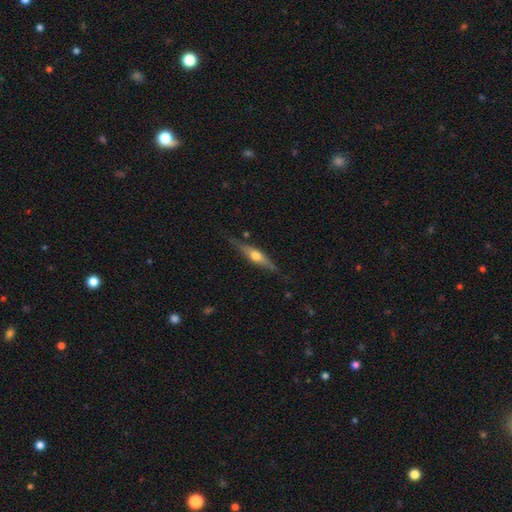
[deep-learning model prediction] A featured or disk galaxy (68%) viewed edge-on (96%) with a rounded central bulge (93%). Merging: none (83%).